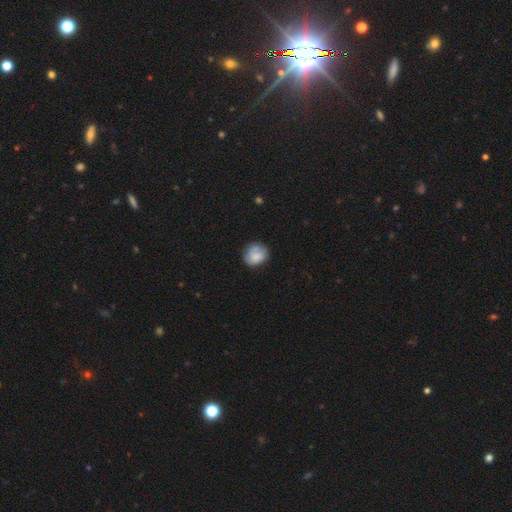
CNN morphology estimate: Smooth or featured? Predicted: smooth (p=0.72). How rounded? Predicted: round (p=0.68). Merging? Predicted: none (p=0.60).